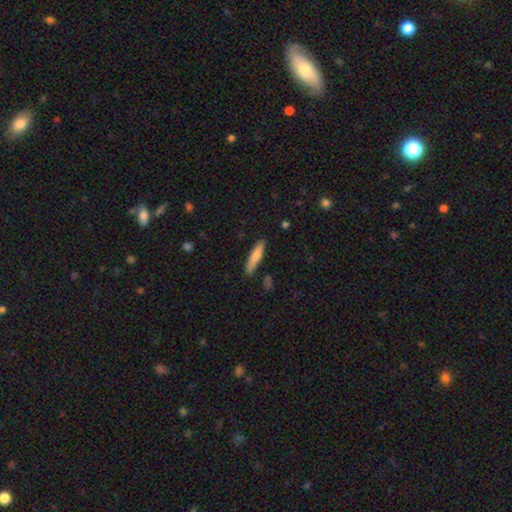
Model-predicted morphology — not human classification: smooth-or-featured: smooth: 75% | featured or disk: 20% | star or artifact: 6%
  how-rounded: cigar-shaped: 82% | in between: 17% | round: 2%
  merging: none: 85% | minor disturbance: 11% | merger: 2% | major disturbance: 2%